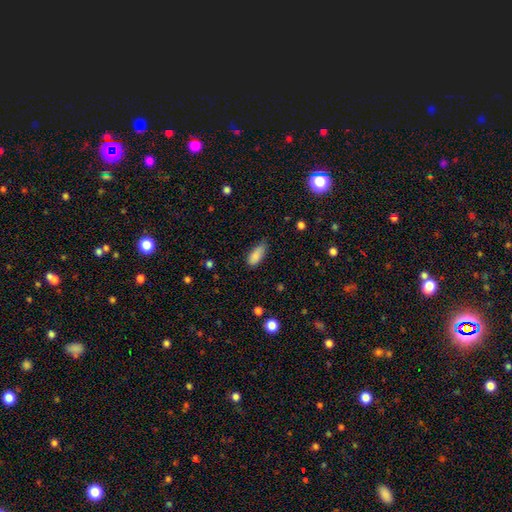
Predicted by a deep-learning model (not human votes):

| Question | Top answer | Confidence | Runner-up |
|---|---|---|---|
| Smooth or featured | smooth | 87% | star or artifact (8%) |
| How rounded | in between | 83% | cigar-shaped (15%) |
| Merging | none | 56% | minor disturbance (35%) |